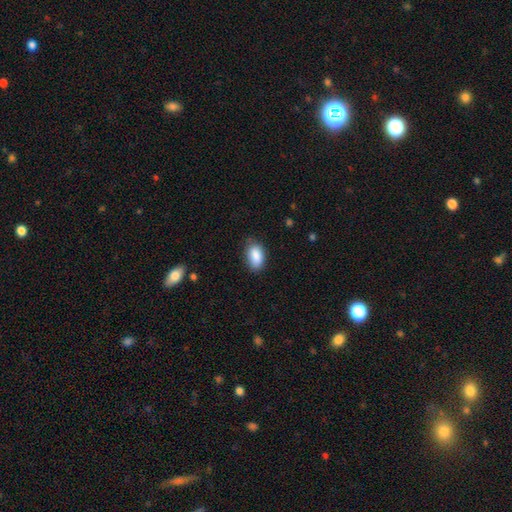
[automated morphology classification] Smooth or featured? Predicted: smooth (p=0.88). How rounded? Predicted: in between (p=0.92). Merging? Predicted: none (p=0.77).